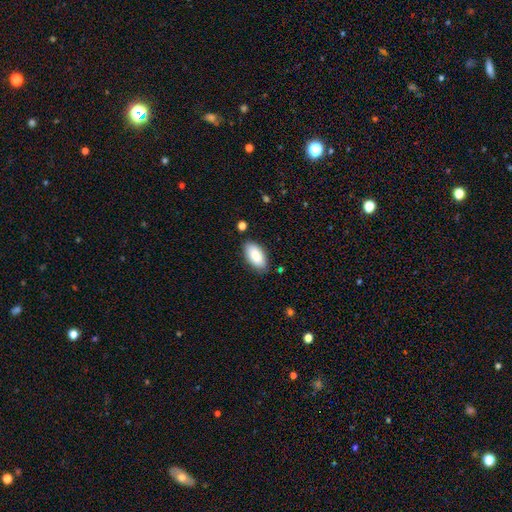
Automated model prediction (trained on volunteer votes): Q: Smooth or featured?
A: smooth (85%); runner-up: featured or disk (9%)
Q: How rounded?
A: in between (94%); runner-up: cigar-shaped (4%)
Q: Merging?
A: none (83%); runner-up: minor disturbance (12%)